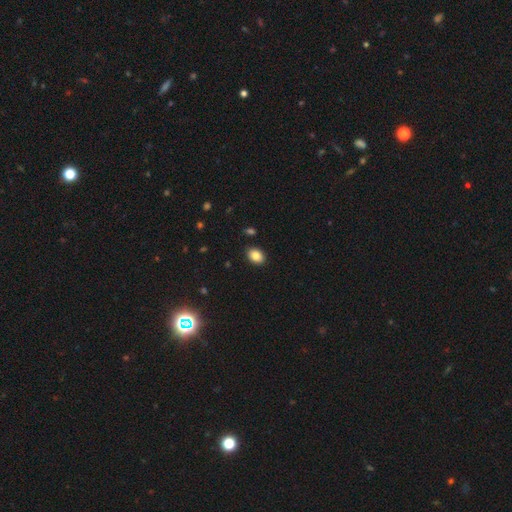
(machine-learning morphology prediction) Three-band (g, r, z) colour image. It shows a smooth galaxy with no disk features (85%) that is in between round and cigar-shaped (75%). Merging: none (88%).